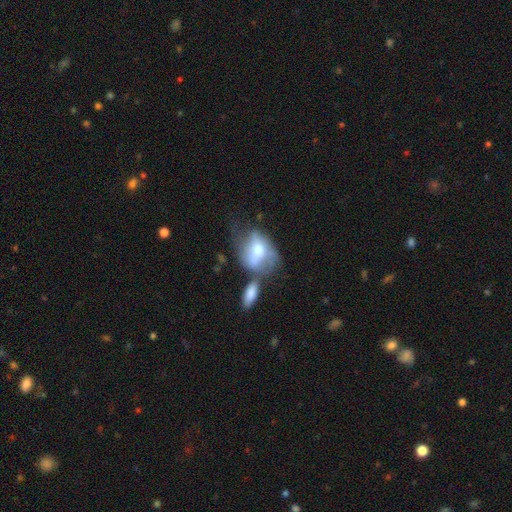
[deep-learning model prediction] Smooth or featured: smooth — 52% (featured or disk — 40%)
How rounded: in between — 76% (round — 21%)
Merging: merger — 34% (major disturbance — 26%)